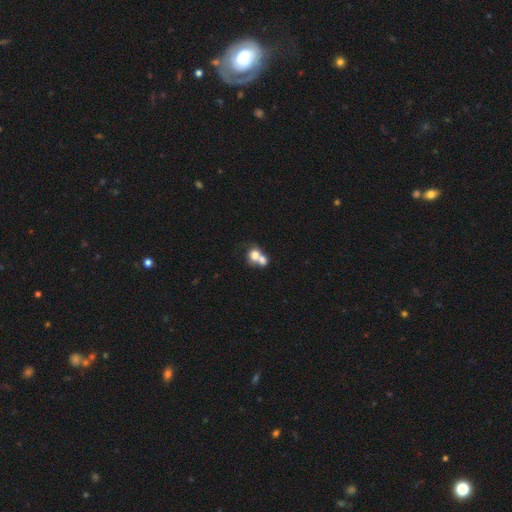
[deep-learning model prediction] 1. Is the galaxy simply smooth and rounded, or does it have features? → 71% smooth, 20% featured or disk, 9% star or artifact.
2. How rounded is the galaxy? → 65% round, 34% in between, 1% cigar-shaped.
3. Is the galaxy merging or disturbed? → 70% merger, 19% none, 6% minor disturbance, 5% major disturbance.